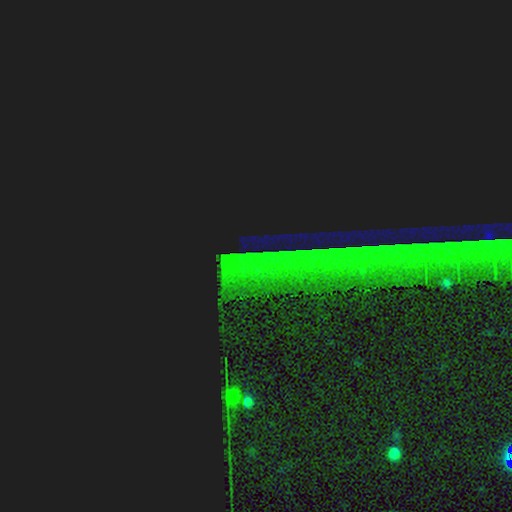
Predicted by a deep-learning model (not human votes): This is clearly a star or artifact rather than a galaxy (86%).